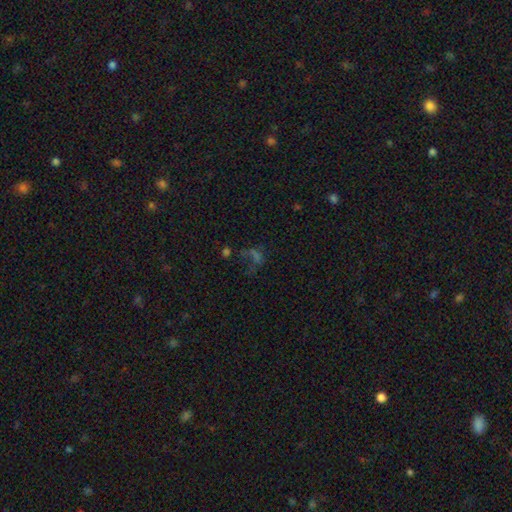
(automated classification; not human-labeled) This appears to be a star or artifact, not a galaxy (46%).